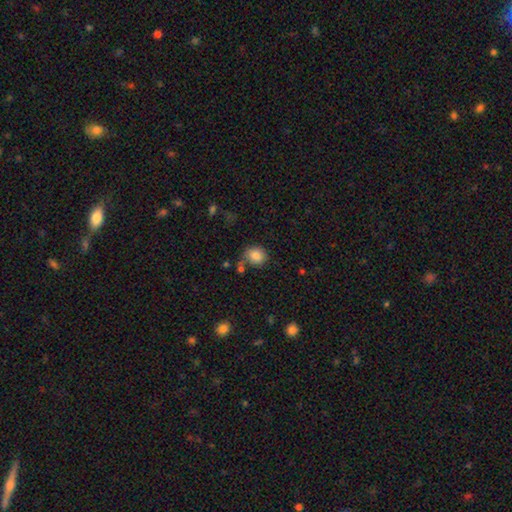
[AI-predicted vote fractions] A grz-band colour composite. It shows a smooth galaxy with no disk features (84%) that is round (74%). Merging: none (69%).